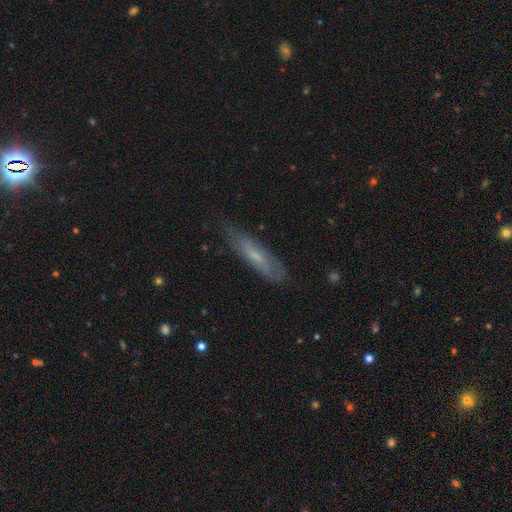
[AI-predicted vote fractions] Q: Smooth or featured?
A: smooth (48%); runner-up: featured or disk (45%)
Q: Merging?
A: none (74%); runner-up: minor disturbance (20%)